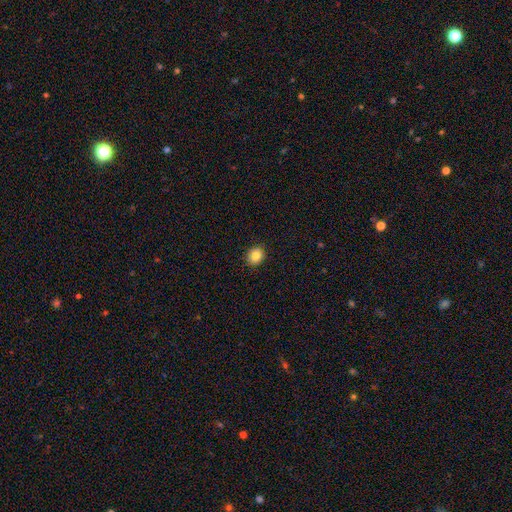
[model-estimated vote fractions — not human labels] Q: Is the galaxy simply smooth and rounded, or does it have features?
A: smooth — 84%.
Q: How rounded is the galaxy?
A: round — 70%.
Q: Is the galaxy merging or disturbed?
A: none — 91%.